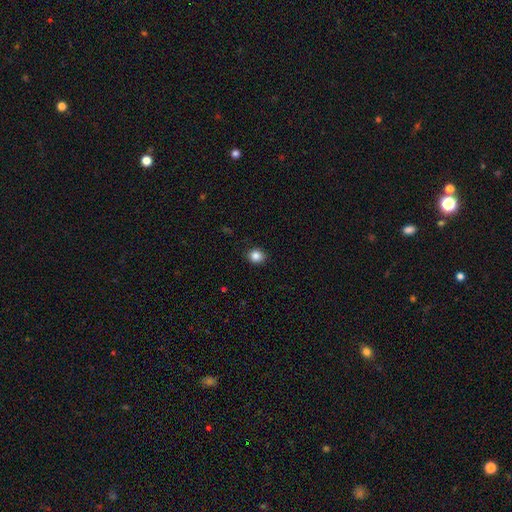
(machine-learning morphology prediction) A smooth galaxy with no disk features (86%) that is round (72%). Merging: none (90%).